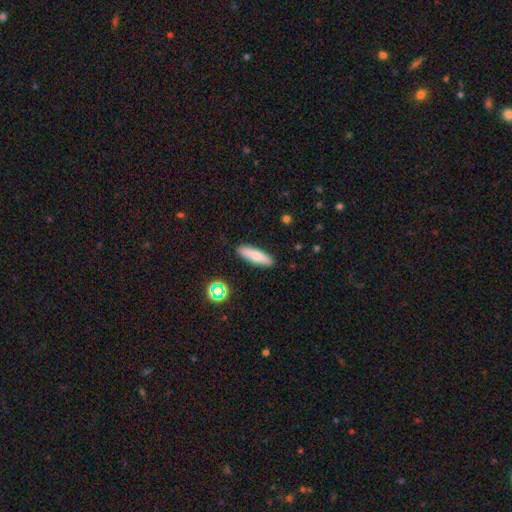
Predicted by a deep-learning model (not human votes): Overall: smooth (76%). How rounded: cigar-shaped (73%). Merging: none (89%).